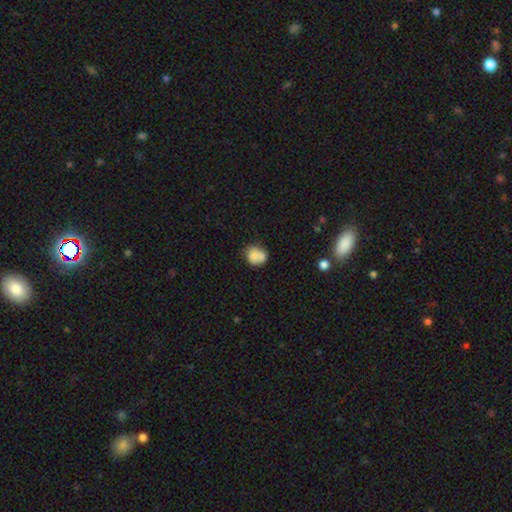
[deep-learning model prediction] The model was most divided on "merging": none: 41%, merger: 39%, minor disturbance: 15%, major disturbance: 5%. More confident: smooth or featured — smooth (74%); how rounded — round (70%).